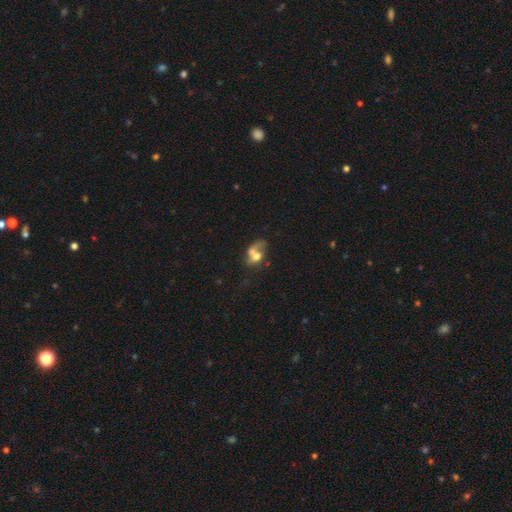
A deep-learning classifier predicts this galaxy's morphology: Smooth or featured: smooth — 52% (featured or disk — 37%)
How rounded: in between — 65% (round — 33%)
Merging: merger — 54% (major disturbance — 18%)